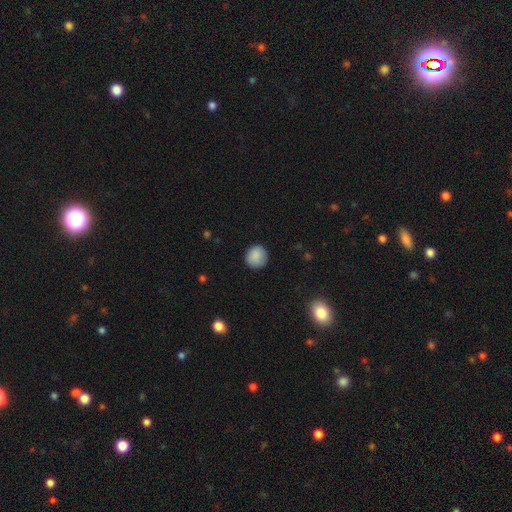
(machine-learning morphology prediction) smooth 88%, star or artifact 8%, featured or disk 4%. Down the decision tree: how rounded — round (91%); merging — none (88%).